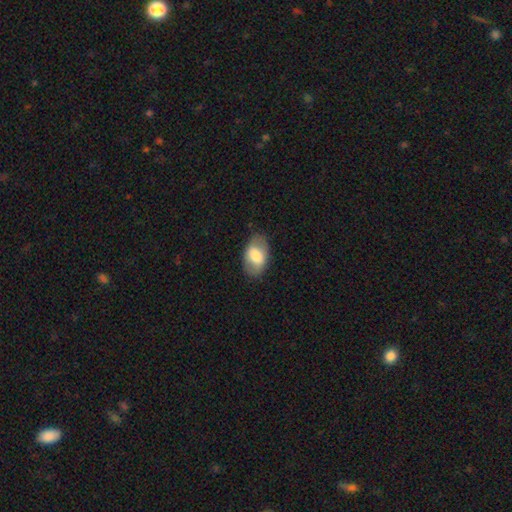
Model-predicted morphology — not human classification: Smooth or featured?
  - smooth: 69% *
  - featured or disk: 24%
  - star or artifact: 6%
How rounded?
  - in between: 91% *
  - round: 7%
  - cigar-shaped: 1%
Merging?
  - none: 80% *
  - minor disturbance: 14%
  - major disturbance: 5%
  - merger: 1%